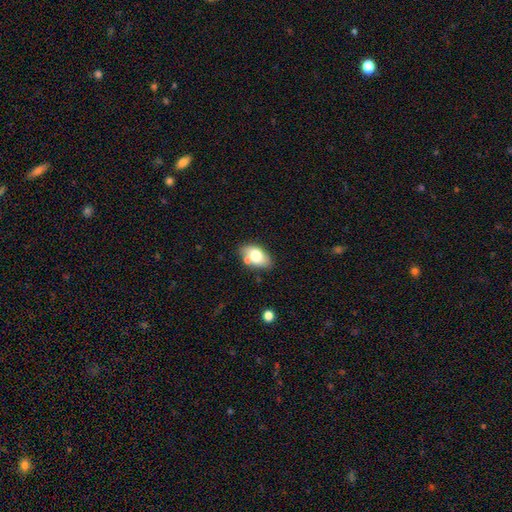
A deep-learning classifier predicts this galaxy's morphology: smooth 70%, featured or disk 22%, star or artifact 8%. Down the decision tree: how rounded — in between (90%); merging — none (65%).